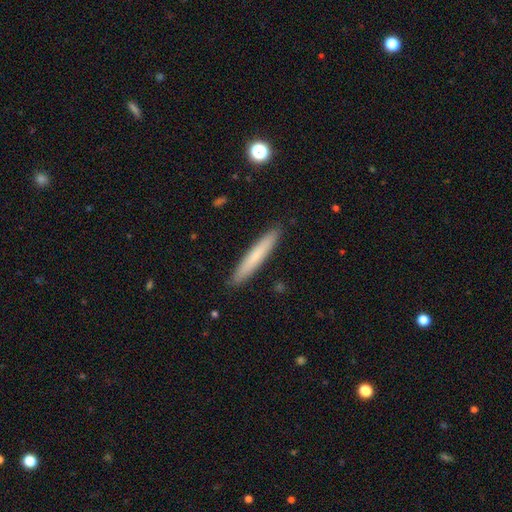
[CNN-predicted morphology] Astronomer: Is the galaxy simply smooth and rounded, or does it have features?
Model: smooth — 71%.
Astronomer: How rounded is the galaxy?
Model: cigar-shaped — 95%.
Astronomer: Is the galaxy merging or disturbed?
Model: none — 91%.